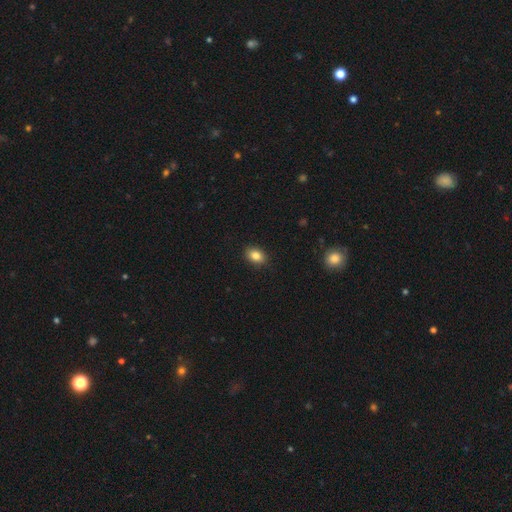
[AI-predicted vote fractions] Morphology: type=smooth (85%); roundness=in between (75%); merging=none (89%).